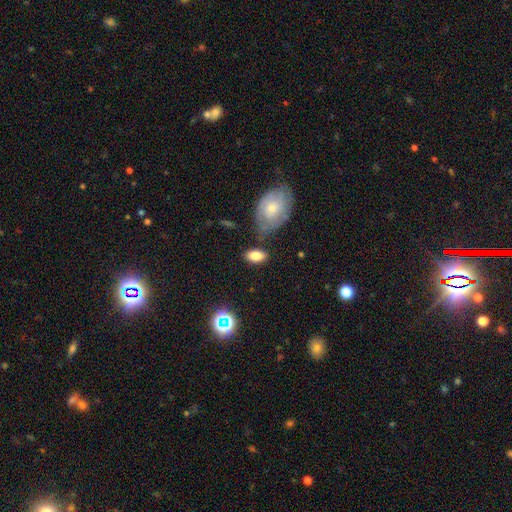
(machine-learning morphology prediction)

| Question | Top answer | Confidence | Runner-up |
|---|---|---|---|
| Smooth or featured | smooth | 80% | featured or disk (12%) |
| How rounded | in between | 91% | round (6%) |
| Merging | none | 72% | minor disturbance (15%) |